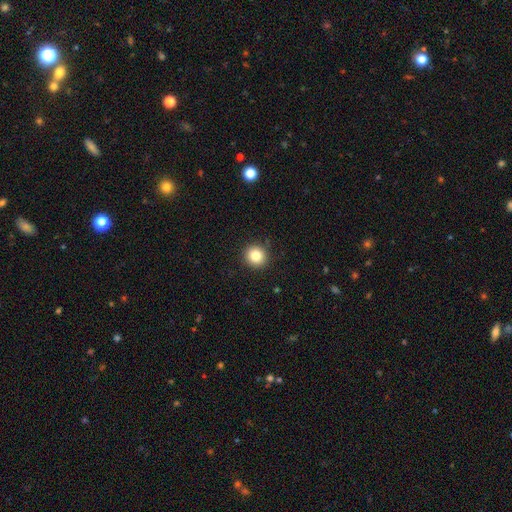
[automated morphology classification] The model was most divided on "smooth or featured": smooth: 84%, star or artifact: 10%, featured or disk: 6%. More confident: how rounded — round (91%); merging — none (91%).